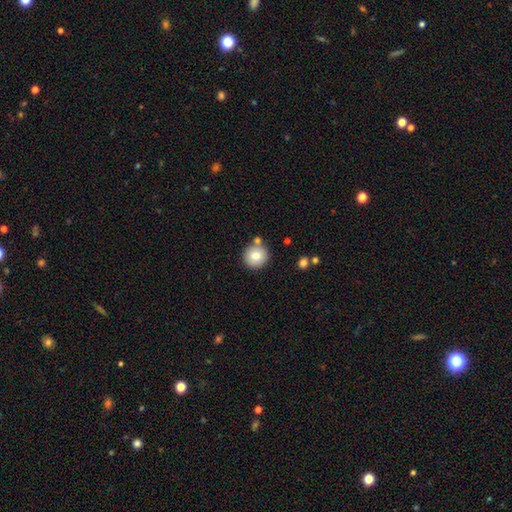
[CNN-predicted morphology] smooth 79%, featured or disk 12%, star or artifact 9%. Down the decision tree: how rounded — round (94%); merging — none (77%).